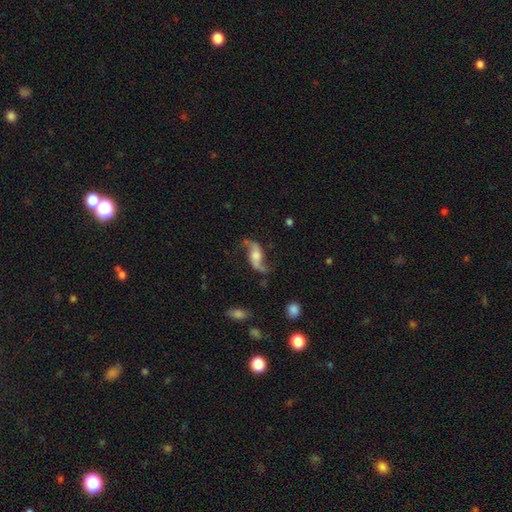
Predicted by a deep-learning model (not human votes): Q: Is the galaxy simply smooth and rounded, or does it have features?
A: featured or disk — 82%.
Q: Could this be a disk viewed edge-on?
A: no — 93%.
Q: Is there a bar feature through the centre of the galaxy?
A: no — 48%.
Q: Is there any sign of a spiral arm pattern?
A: yes — 95%.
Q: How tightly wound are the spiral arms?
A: loose — 87%.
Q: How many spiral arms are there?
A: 2 — 93%.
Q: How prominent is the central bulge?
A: moderate — 39%.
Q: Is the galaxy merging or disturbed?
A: none — 69%.